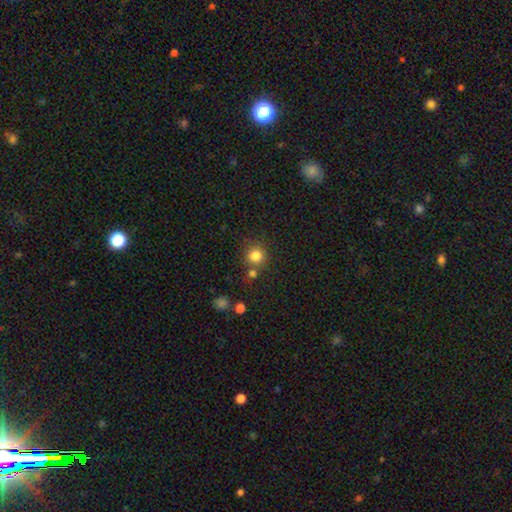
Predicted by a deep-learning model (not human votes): This appears to be a smooth galaxy with no disk features (82%) that is round (92%). Merging: none (74%).